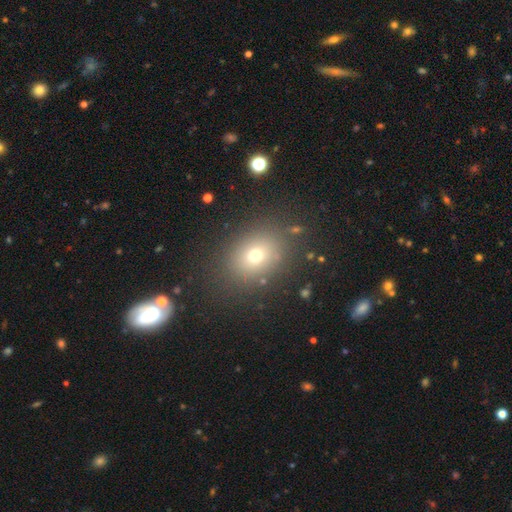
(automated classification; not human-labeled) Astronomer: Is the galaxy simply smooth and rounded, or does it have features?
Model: smooth — 69%.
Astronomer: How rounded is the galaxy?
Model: round — 55% (runner-up: in between, 44%).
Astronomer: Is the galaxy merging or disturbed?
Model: none — 83%.